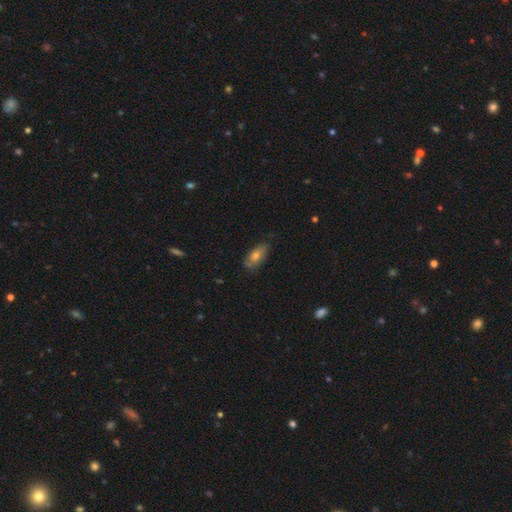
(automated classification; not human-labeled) The model was most divided on "smooth or featured": smooth: 64%, featured or disk: 28%, star or artifact: 8%. More confident: how rounded — in between (81%); merging — none (66%).